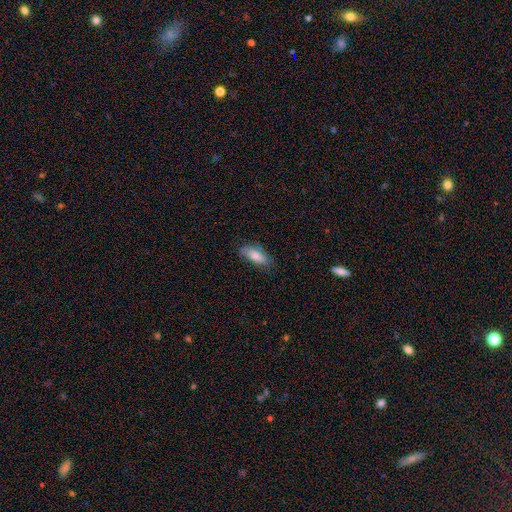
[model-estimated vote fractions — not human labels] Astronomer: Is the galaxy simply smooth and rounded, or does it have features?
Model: smooth — 81%.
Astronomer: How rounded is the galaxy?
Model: in between — 76%.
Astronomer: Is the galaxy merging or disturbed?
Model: none — 75%.